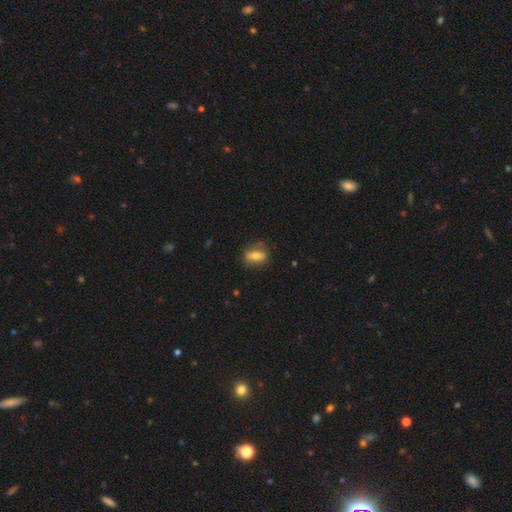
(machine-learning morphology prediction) smooth_or_featured: smooth (p=0.70) [alt: featured or disk p=0.22]
how_rounded: in between (p=0.74) [alt: round p=0.14]
merging: none (p=0.75) [alt: minor disturbance p=0.18]